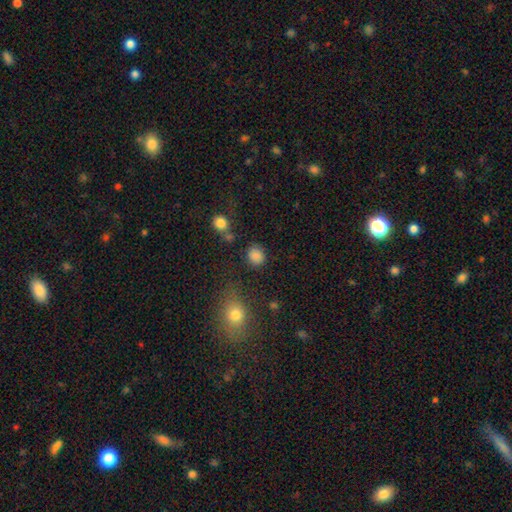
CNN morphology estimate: smooth-or-featured: smooth: 84% | star or artifact: 12% | featured or disk: 4%
  how-rounded: round: 76% | in between: 23% | cigar-shaped: 1%
  merging: none: 79% | minor disturbance: 12% | major disturbance: 5% | merger: 4%